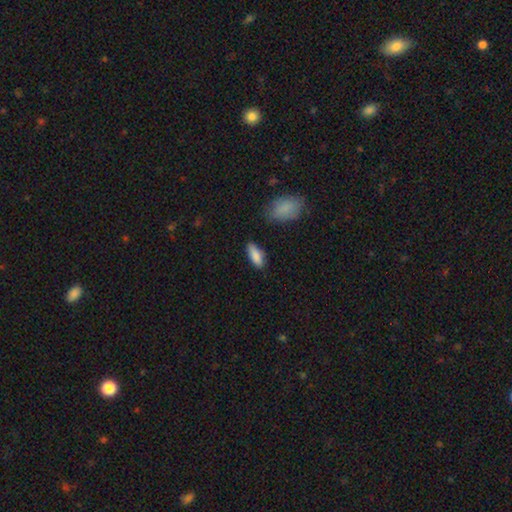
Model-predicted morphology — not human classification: Smooth or featured?
  - smooth: 87% *
  - featured or disk: 7%
  - star or artifact: 6%
How rounded?
  - in between: 72% *
  - cigar-shaped: 26%
  - round: 2%
Merging?
  - none: 78% *
  - minor disturbance: 16%
  - major disturbance: 3%
  - merger: 3%